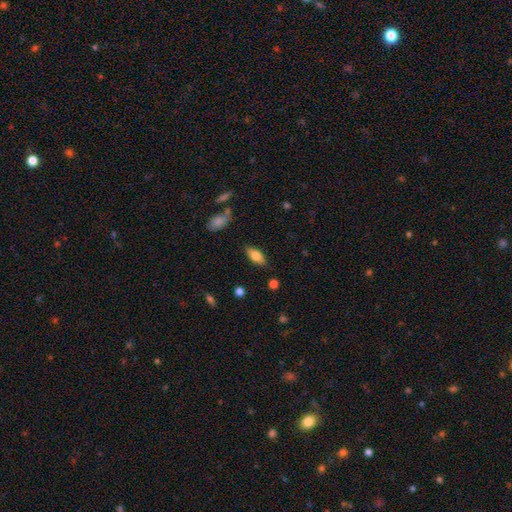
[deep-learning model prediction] Smooth or featured?
  - smooth: 78% *
  - featured or disk: 15%
  - star or artifact: 7%
How rounded?
  - in between: 86% *
  - cigar-shaped: 11%
  - round: 3%
Merging?
  - none: 85% *
  - minor disturbance: 11%
  - major disturbance: 3%
  - merger: 2%